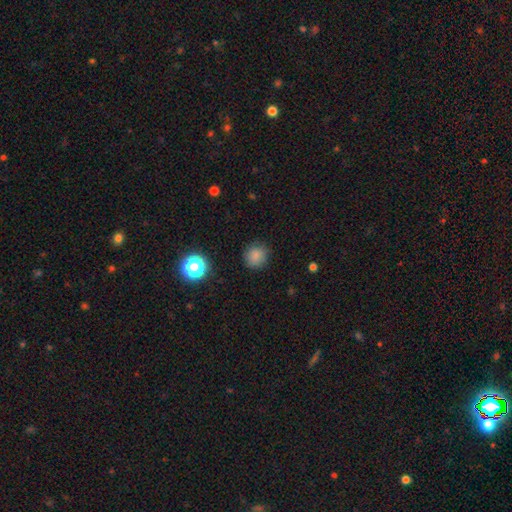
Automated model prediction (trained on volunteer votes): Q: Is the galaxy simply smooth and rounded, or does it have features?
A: smooth — 81%.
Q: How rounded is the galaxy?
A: round — 89%.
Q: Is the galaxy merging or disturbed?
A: none — 86%.